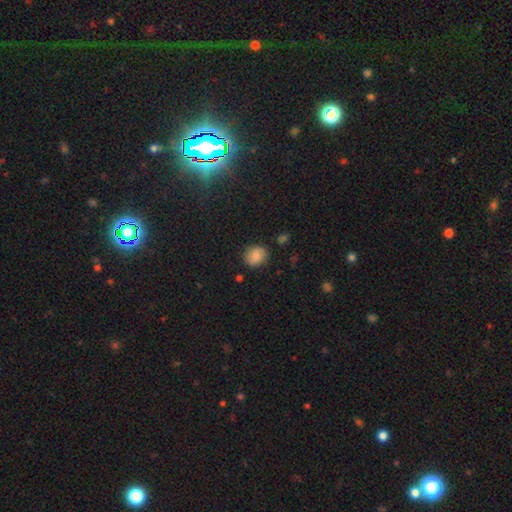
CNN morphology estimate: smooth-or-featured: smooth: 84% | star or artifact: 9% | featured or disk: 7%
  how-rounded: round: 75% | in between: 24% | cigar-shaped: 1%
  merging: none: 84% | minor disturbance: 12% | major disturbance: 3% | merger: 2%